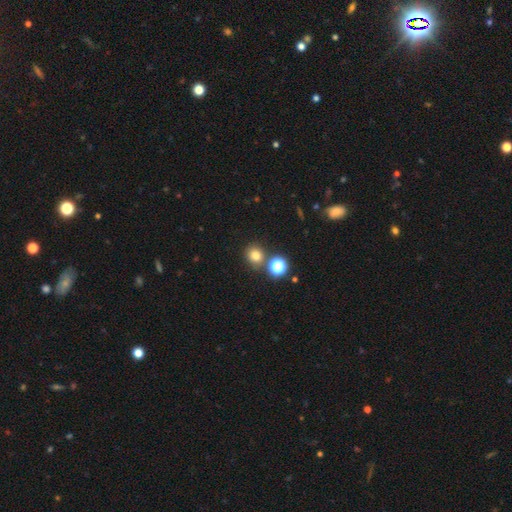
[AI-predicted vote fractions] Overall: smooth (75%). How rounded: round (84%). Merging: none (76%).